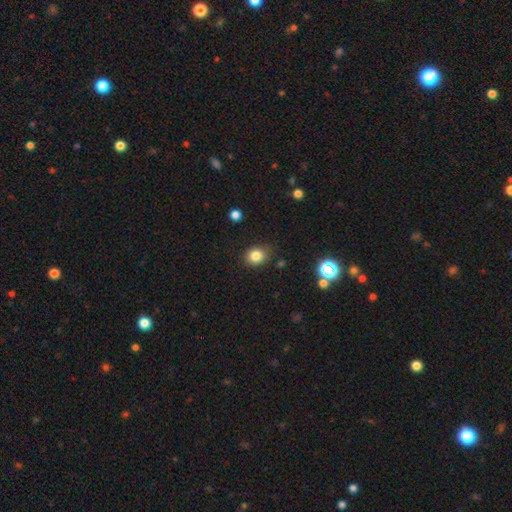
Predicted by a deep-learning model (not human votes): This appears to be a smooth galaxy with no disk features (83%) that is round (60%). Merging: none (78%).